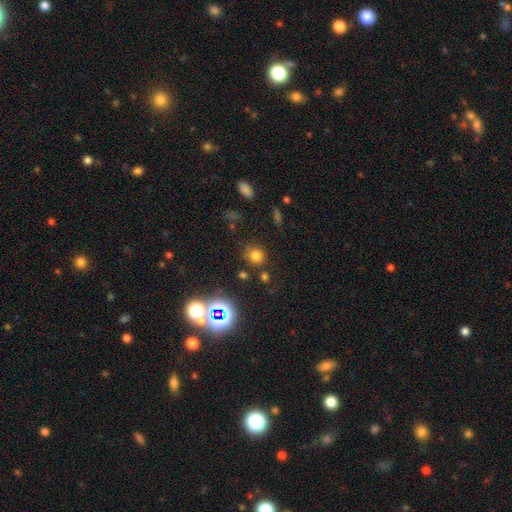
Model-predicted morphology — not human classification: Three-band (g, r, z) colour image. It shows a smooth galaxy with no disk features (71%) that is round (83%). Merging: none (77%).